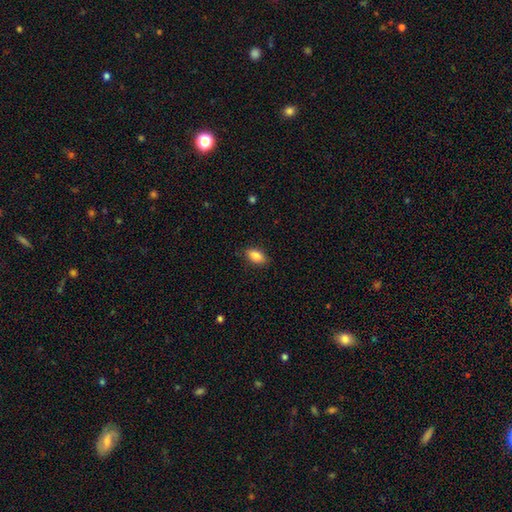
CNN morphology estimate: Smooth or featured: smooth — 86% (star or artifact — 8%)
How rounded: in between — 89% (cigar-shaped — 5%)
Merging: none — 83% (minor disturbance — 14%)